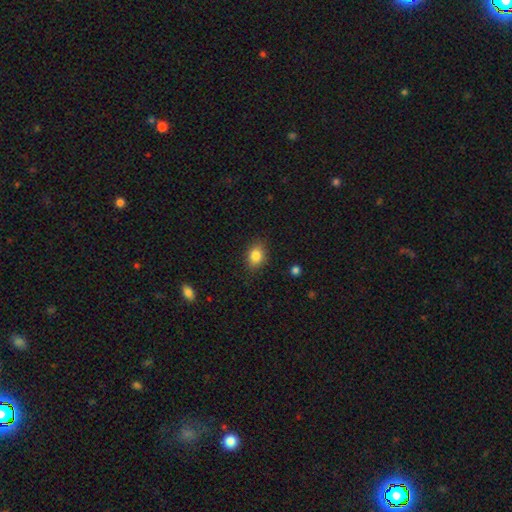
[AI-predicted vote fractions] Smooth or featured?
  - smooth: 84% *
  - star or artifact: 9%
  - featured or disk: 6%
How rounded?
  - in between: 64% *
  - round: 35%
  - cigar-shaped: 1%
Merging?
  - none: 86% *
  - minor disturbance: 10%
  - major disturbance: 3%
  - merger: 1%